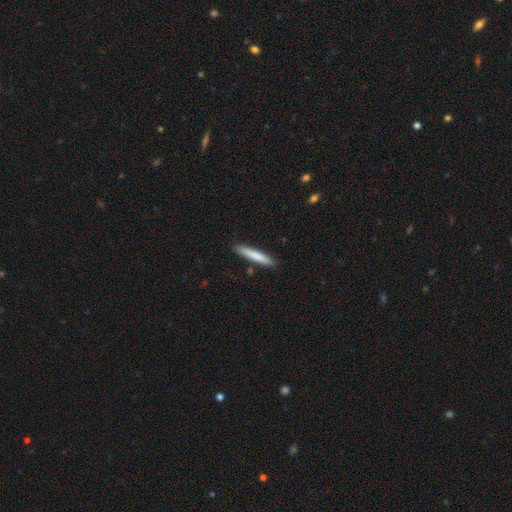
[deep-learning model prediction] smooth 77%, featured or disk 18%, star or artifact 5%. Down the decision tree: how rounded — cigar-shaped (94%); merging — none (88%).